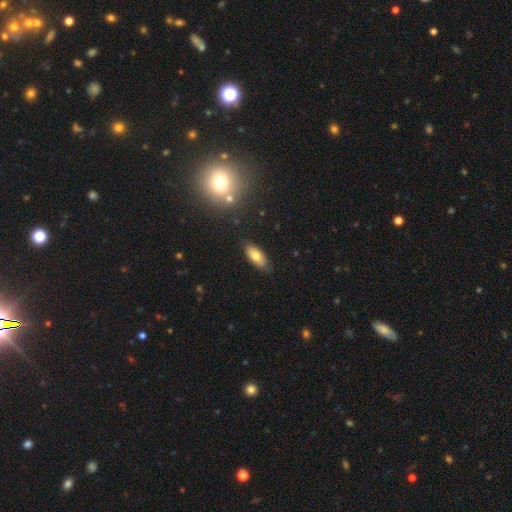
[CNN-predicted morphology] Smooth or featured: smooth — 74% (featured or disk — 18%)
How rounded: in between — 86% (cigar-shaped — 11%)
Merging: none — 86% (minor disturbance — 10%)